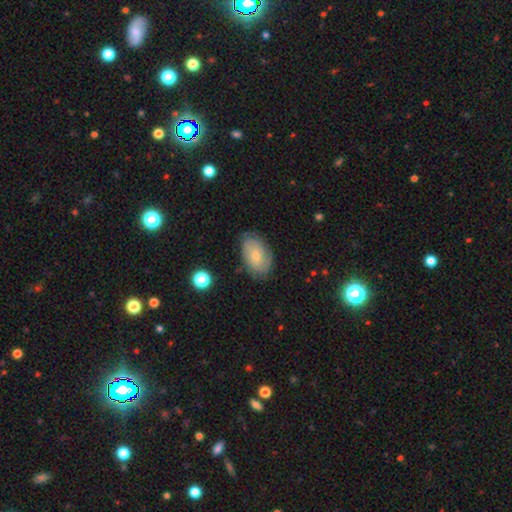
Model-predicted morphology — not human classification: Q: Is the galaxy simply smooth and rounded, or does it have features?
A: smooth — 47%.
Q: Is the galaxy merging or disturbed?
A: none — 75%.